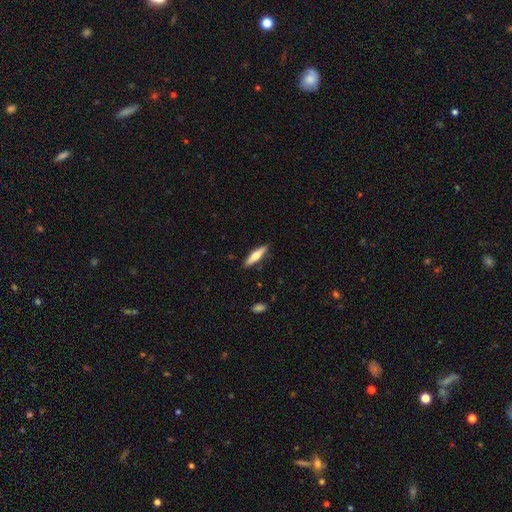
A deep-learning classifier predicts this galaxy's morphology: Overall: smooth (55%; featured or disk 39%). How rounded: cigar-shaped (76%). Merging: none (88%).